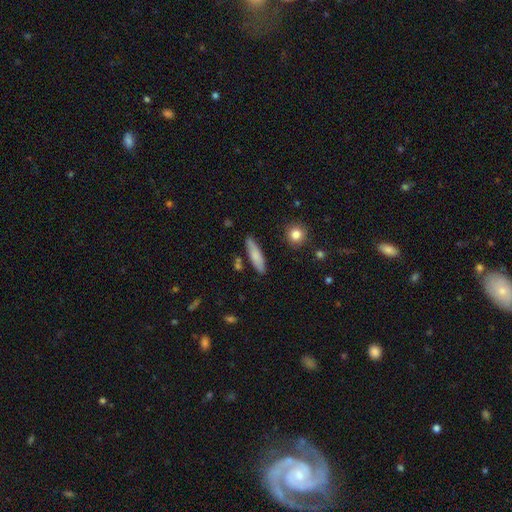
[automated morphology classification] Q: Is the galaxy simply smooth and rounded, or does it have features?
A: smooth — 78%.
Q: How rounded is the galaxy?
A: cigar-shaped — 66%.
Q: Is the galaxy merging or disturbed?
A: none — 83%.